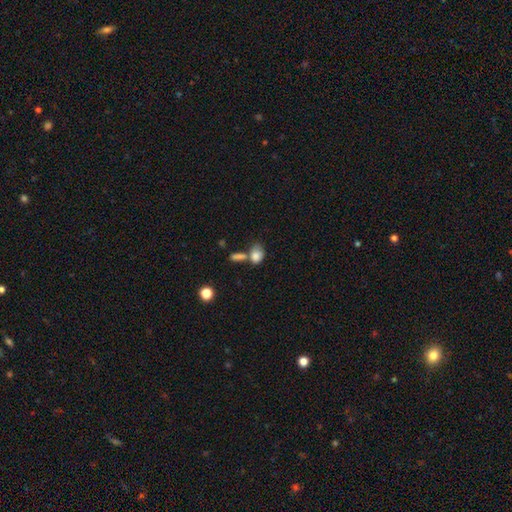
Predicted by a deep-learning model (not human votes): This appears to be a smooth galaxy with no disk features (82%) that is in between round and cigar-shaped (71%). Merging: merger (43%).